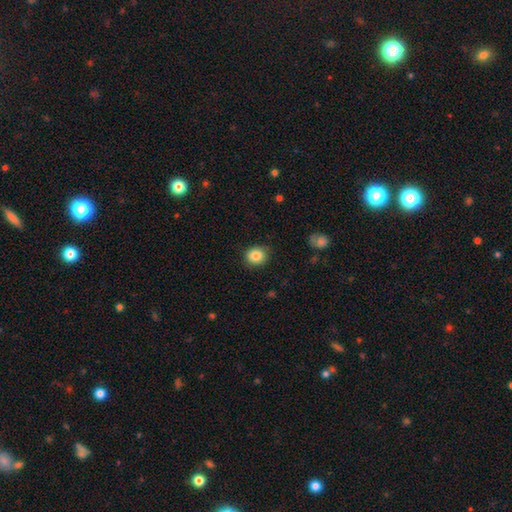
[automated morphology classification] smooth-or-featured: smooth: 85% | star or artifact: 9% | featured or disk: 5%
  how-rounded: round: 75% | in between: 24% | cigar-shaped: 1%
  merging: none: 85% | minor disturbance: 11% | major disturbance: 3% | merger: 1%